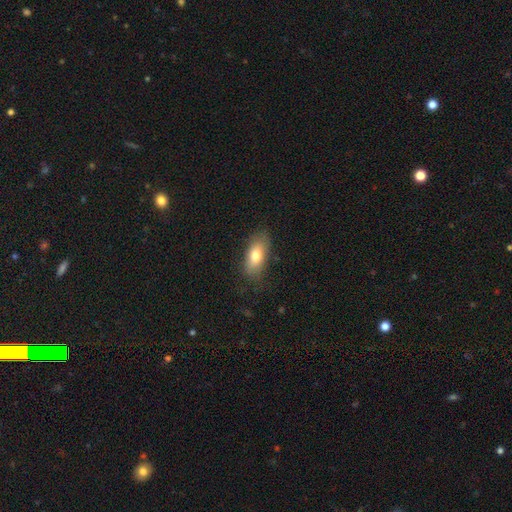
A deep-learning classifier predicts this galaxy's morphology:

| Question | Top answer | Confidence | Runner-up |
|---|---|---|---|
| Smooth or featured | smooth | 76% | featured or disk (17%) |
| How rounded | in between | 86% | cigar-shaped (9%) |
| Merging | none | 75% | minor disturbance (18%) |